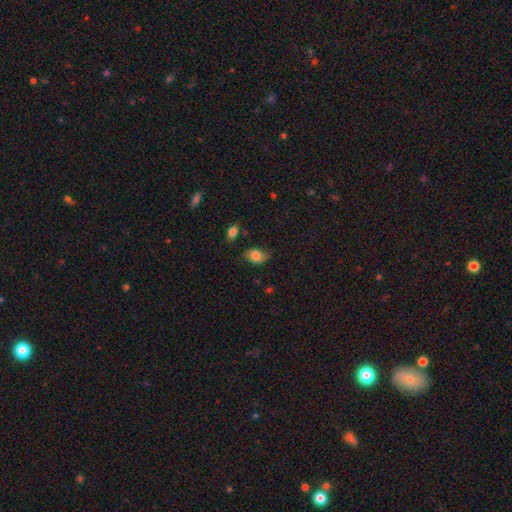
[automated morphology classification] Smooth or featured? smooth (76%)
How rounded? in between (81%)
Merging? none (64%)